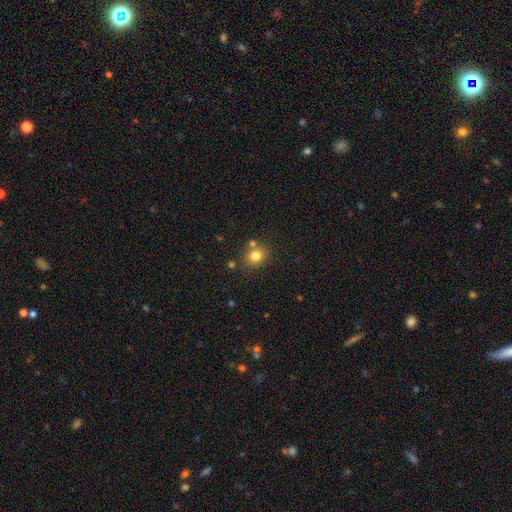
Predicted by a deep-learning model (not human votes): Smooth or featured: smooth — 80% (star or artifact — 12%)
How rounded: round — 68% (in between — 31%)
Merging: none — 72% (merger — 14%)